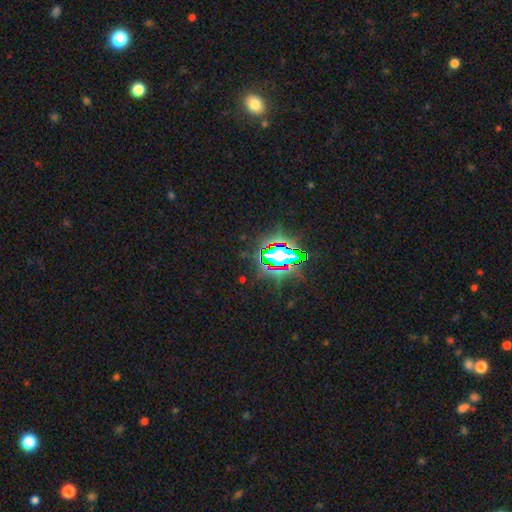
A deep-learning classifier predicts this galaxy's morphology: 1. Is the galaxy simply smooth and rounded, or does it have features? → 82% star or artifact, 11% smooth, 8% featured or disk.